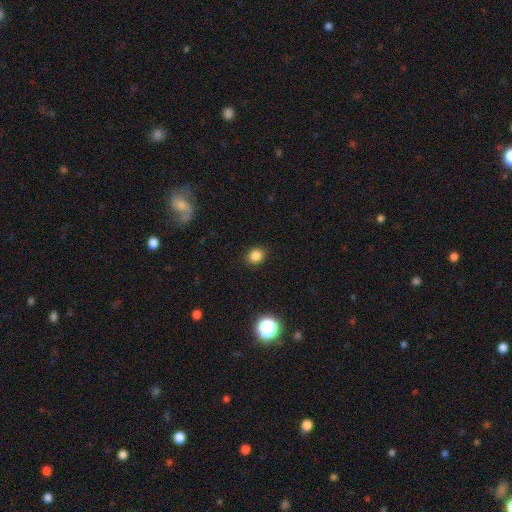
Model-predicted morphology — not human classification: This appears to be a smooth galaxy with no disk features (84%) that is round (73%). Merging: none (90%).